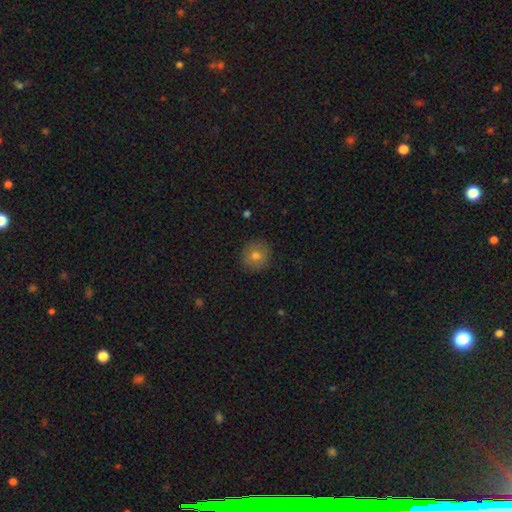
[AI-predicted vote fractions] Q: Smooth or featured?
A: smooth (75%); runner-up: featured or disk (14%)
Q: How rounded?
A: round (93%); runner-up: in between (6%)
Q: Merging?
A: none (90%); runner-up: minor disturbance (7%)